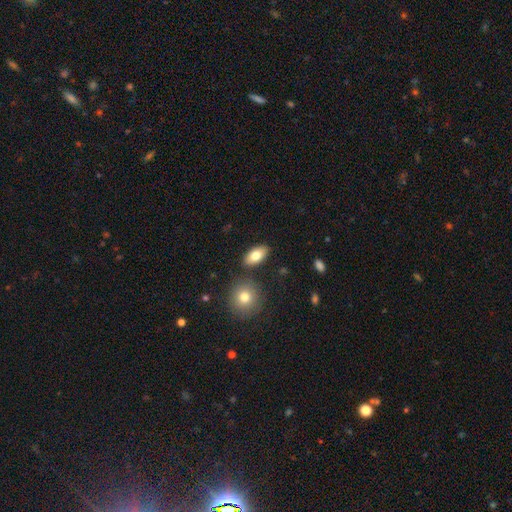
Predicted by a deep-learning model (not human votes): This appears to be a smooth galaxy with no disk features (78%) that is in between round and cigar-shaped (91%). Merging: none (84%).